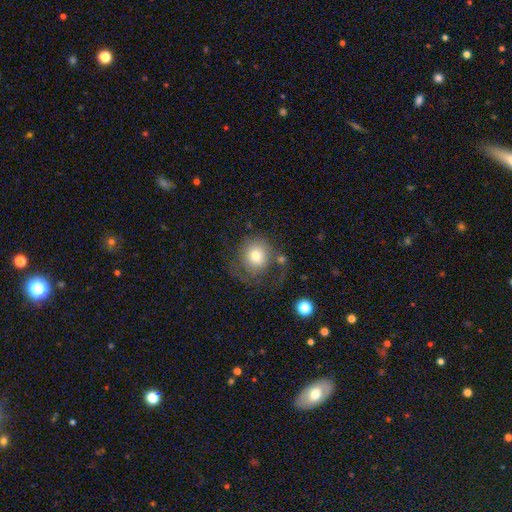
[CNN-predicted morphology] A smooth galaxy with no disk features (66%) that is round (85%).

Vote fractions:
- Smooth or featured? smooth: 66% / featured or disk: 24% / star or artifact: 10%
- How rounded? round: 85% / in between: 14% / cigar-shaped: 1%
- Merging? none: 47% / major disturbance: 28% / minor disturbance: 19% / merger: 6%